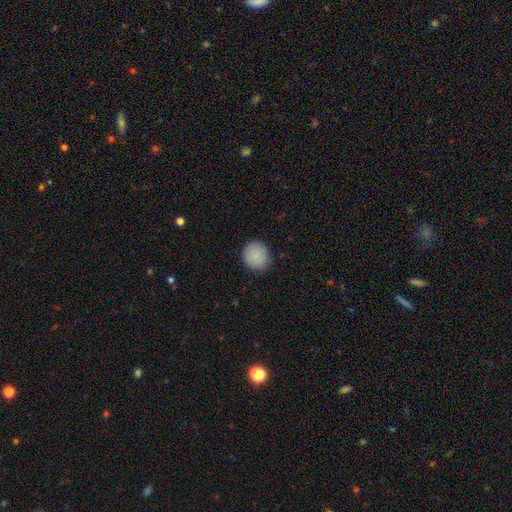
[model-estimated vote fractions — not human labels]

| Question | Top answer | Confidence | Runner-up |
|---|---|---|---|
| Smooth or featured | smooth | 87% | star or artifact (7%) |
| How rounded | round | 80% | in between (19%) |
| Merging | none | 85% | minor disturbance (12%) |